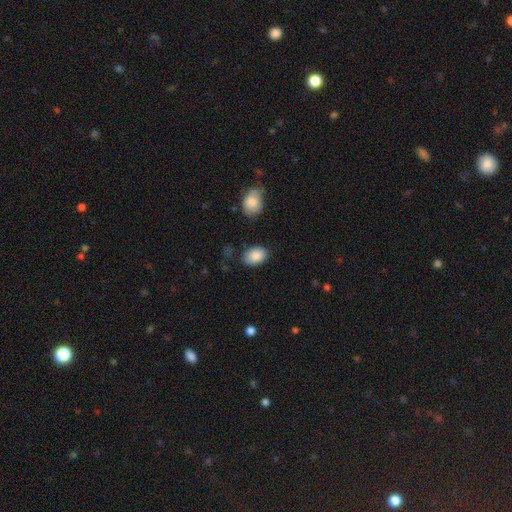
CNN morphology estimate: Smooth or featured? smooth (87%)
How rounded? in between (85%)
Merging? none (81%)